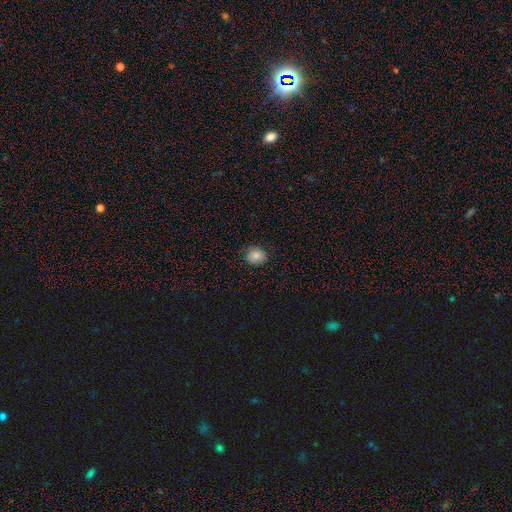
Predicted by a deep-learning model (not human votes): Smooth or featured: smooth — 83% (star or artifact — 10%)
How rounded: round — 70% (in between — 30%)
Merging: none — 81% (minor disturbance — 15%)